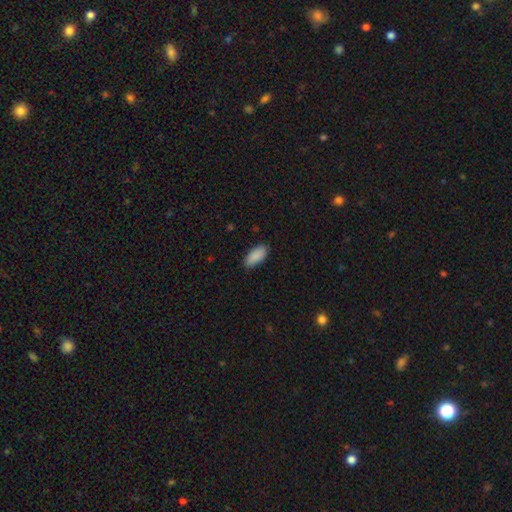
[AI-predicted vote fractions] Overall: smooth (90%). How rounded: in between (91%). Merging: none (85%).